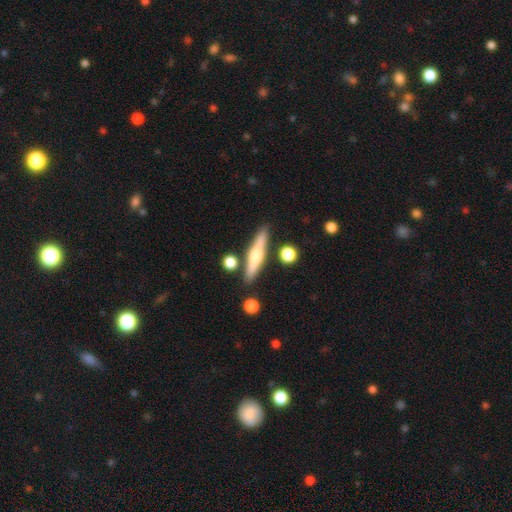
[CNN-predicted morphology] Smooth or featured? Predicted: featured or disk (p=0.52). Edge-on disk? Predicted: yes (p=0.95). Merging? Predicted: none (p=0.84).